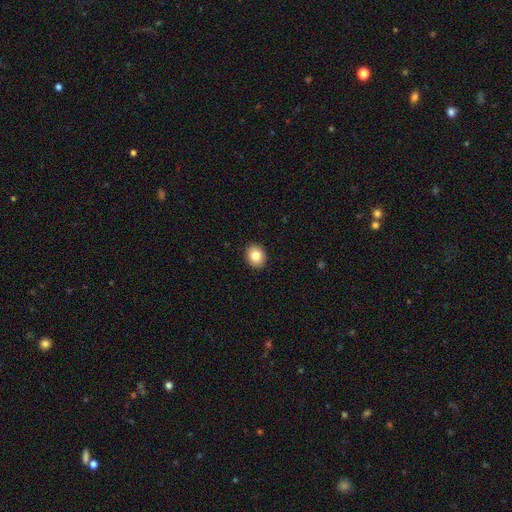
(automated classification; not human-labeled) Q: Smooth or featured?
A: smooth (83%); runner-up: star or artifact (9%)
Q: How rounded?
A: round (57%); runner-up: in between (42%)
Q: Merging?
A: none (91%); runner-up: minor disturbance (6%)